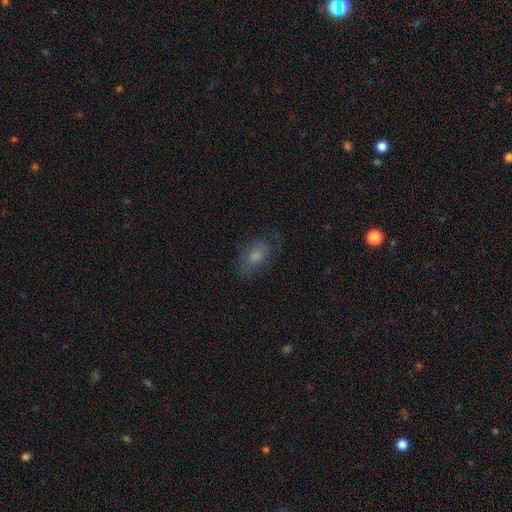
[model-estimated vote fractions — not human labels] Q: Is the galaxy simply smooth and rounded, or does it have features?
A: smooth — 64%.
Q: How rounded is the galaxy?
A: in between — 86%.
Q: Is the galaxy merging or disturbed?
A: none — 66%.